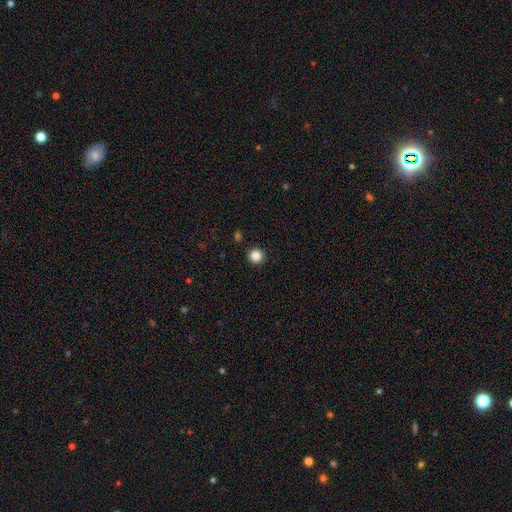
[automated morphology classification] Q: Smooth or featured?
A: smooth (86%); runner-up: star or artifact (11%)
Q: How rounded?
A: round (94%); runner-up: in between (5%)
Q: Merging?
A: none (92%); runner-up: minor disturbance (5%)